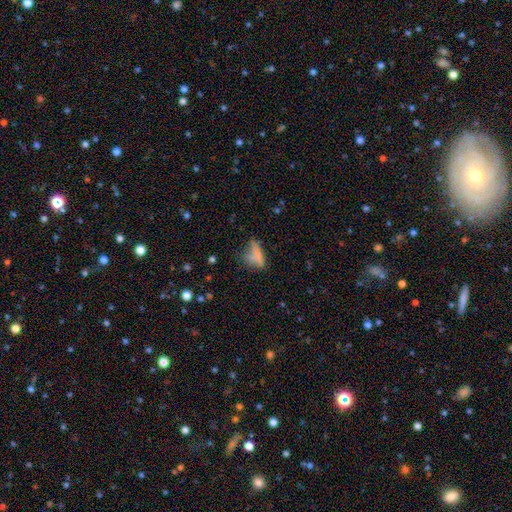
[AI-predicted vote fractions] Smooth or featured? smooth (62%)
How rounded? in between (71%)
Merging? none (35%)